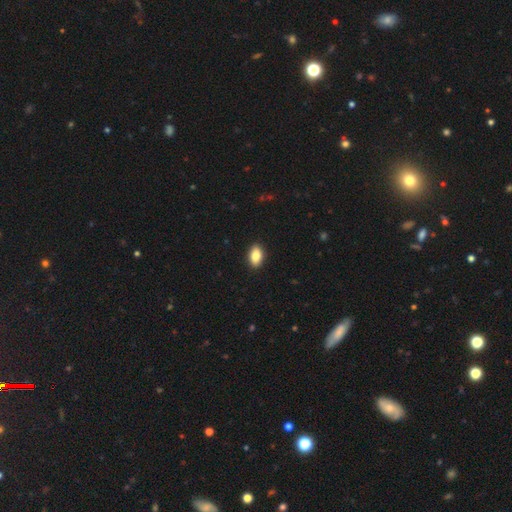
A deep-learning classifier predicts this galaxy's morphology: This appears to be a smooth galaxy with no disk features (86%) that is in between round and cigar-shaped (91%). Merging: none (91%).